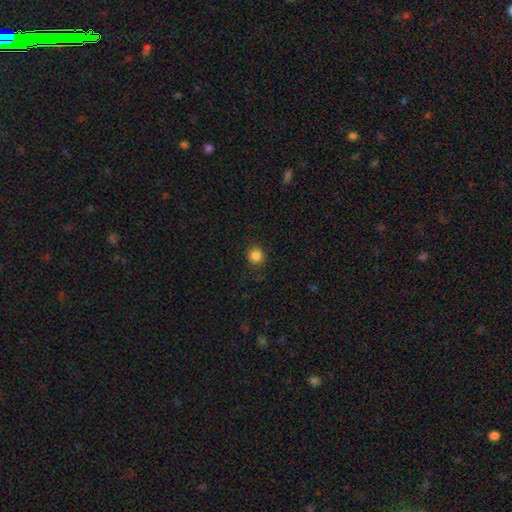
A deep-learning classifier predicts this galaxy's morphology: A smooth galaxy with no disk features (85%) that is round (91%). Merging: none (89%).